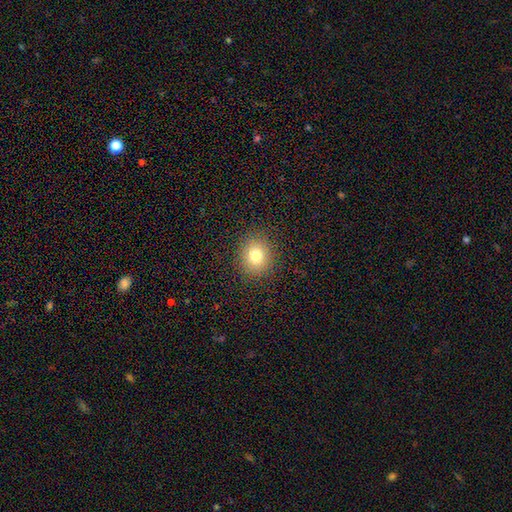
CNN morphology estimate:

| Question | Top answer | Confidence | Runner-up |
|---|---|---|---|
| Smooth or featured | smooth | 79% | star or artifact (13%) |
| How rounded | round | 79% | in between (20%) |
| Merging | none | 89% | minor disturbance (7%) |